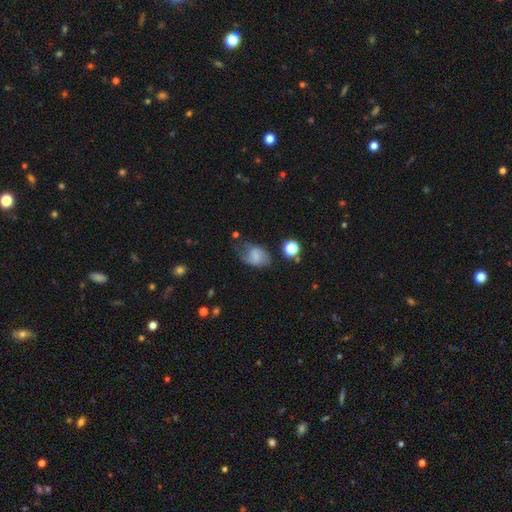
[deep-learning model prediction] Smooth or featured?
  - smooth: 61% *
  - featured or disk: 28%
  - star or artifact: 11%
How rounded?
  - in between: 80% *
  - round: 19%
  - cigar-shaped: 1%
Merging?
  - none: 39% *
  - minor disturbance: 33%
  - major disturbance: 24%
  - merger: 4%